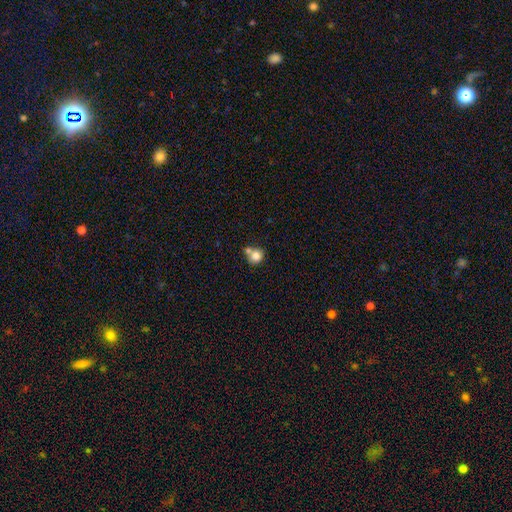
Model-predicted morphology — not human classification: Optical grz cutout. It shows a smooth galaxy with no disk features (80%) that is round (86%). Merging: none (48%).